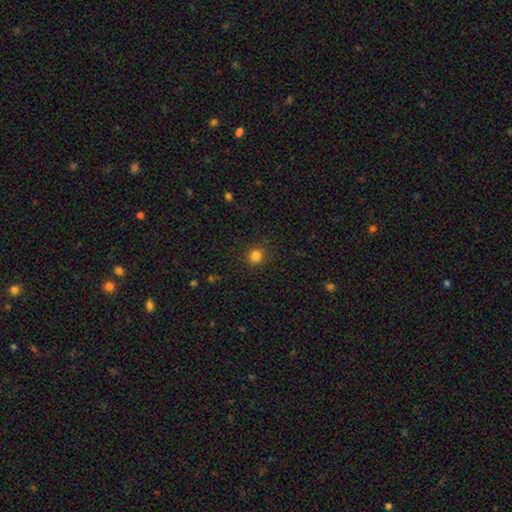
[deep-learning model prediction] Morphology: type=smooth (82%); roundness=round (88%); merging=none (90%).